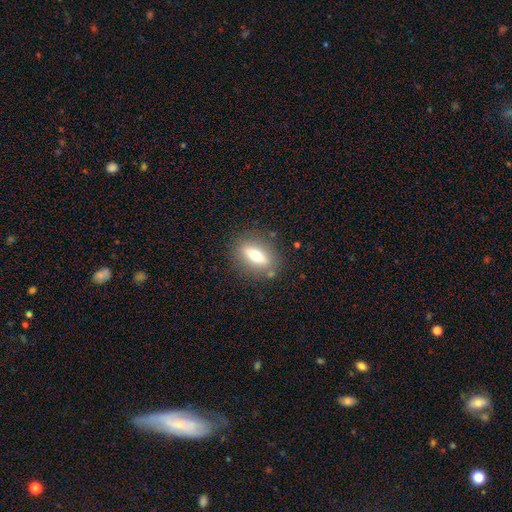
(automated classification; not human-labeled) Smooth or featured? smooth (54%)
How rounded? in between (62%)
Merging? none (83%)